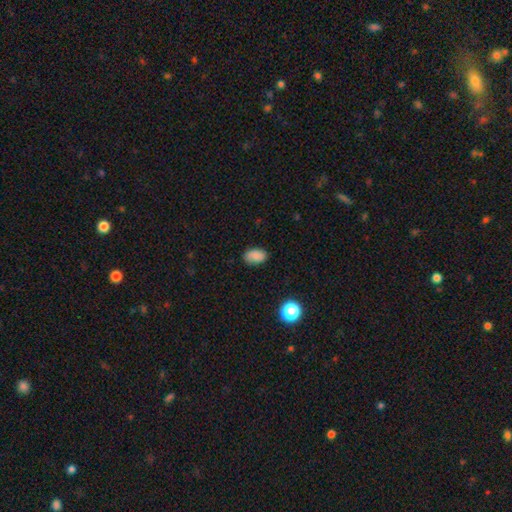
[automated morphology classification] Overall: smooth (83%). How rounded: in between (88%). Merging: none (81%).